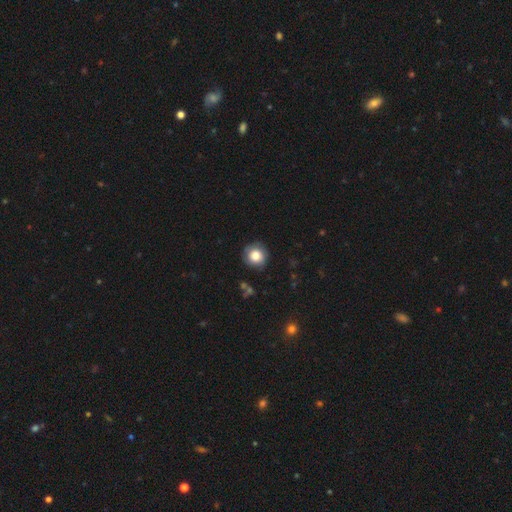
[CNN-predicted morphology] type=smooth (78%); roundness=round (92%); merging=none (84%).